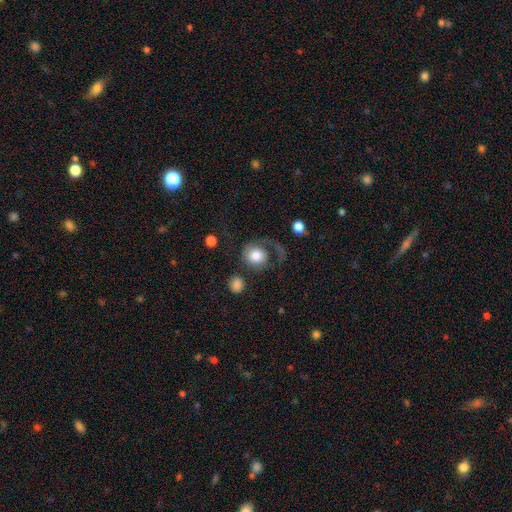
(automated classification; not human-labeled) smooth_or_featured: smooth (p=0.62) [alt: featured or disk p=0.30]
how_rounded: round (p=0.78) [alt: in between p=0.21]
merging: major disturbance (p=0.44) [alt: none p=0.34]